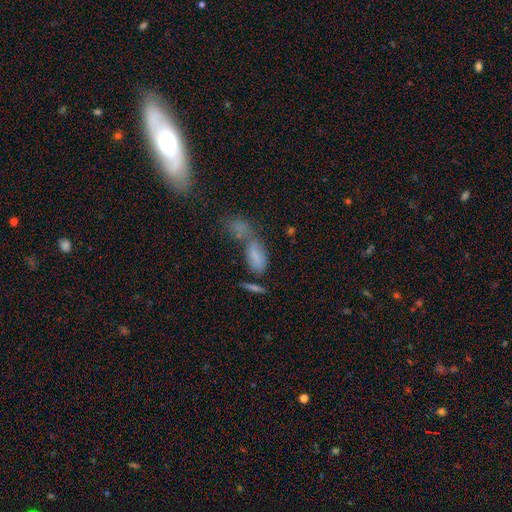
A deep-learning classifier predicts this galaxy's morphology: type=smooth (69%); roundness=in between (82%); merging=merger (50%).